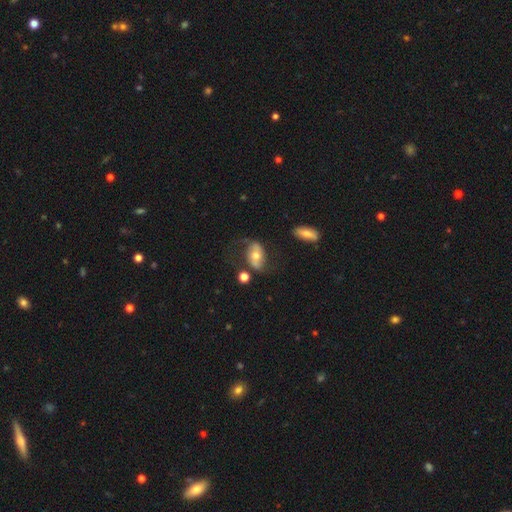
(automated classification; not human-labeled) The model was most divided on "bar": no: 50%, weak: 28%, strong: 22%. More confident: edge-on disk — no (94%); spiral arms — yes (79%); bulge size — moderate (65%); smooth or featured — featured or disk (61%); merging — none (57%).